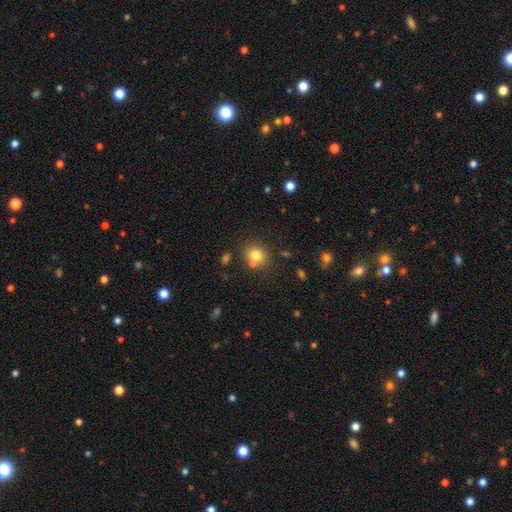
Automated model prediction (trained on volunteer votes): A smooth galaxy with no disk features (76%) that is round (76%). Merging: none (64%).